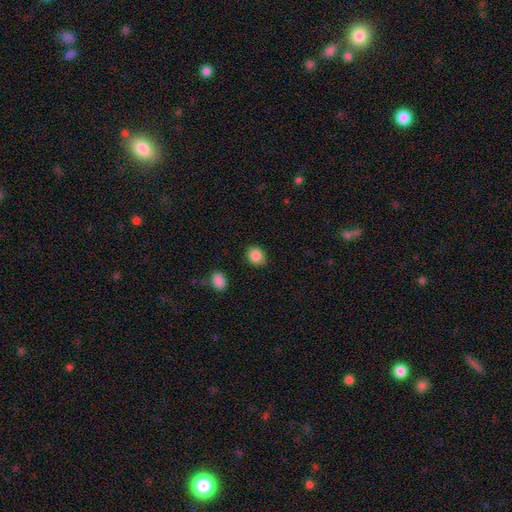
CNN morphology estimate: type=smooth (88%); roundness=round (53%); merging=none (83%).